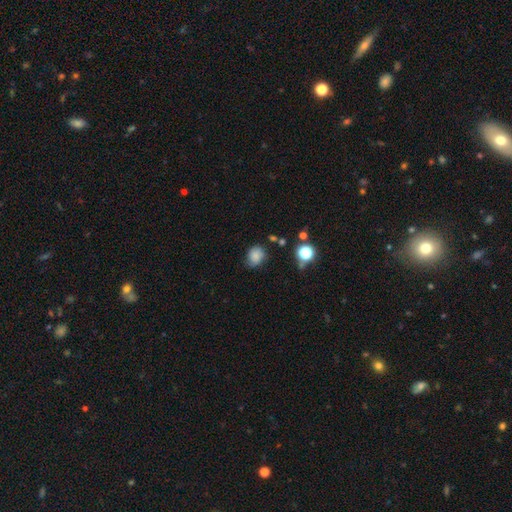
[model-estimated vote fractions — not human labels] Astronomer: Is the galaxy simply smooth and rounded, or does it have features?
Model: smooth — 77%.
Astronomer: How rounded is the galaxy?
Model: round — 60% (runner-up: in between, 39%).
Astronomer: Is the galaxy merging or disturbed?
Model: none — 64%.